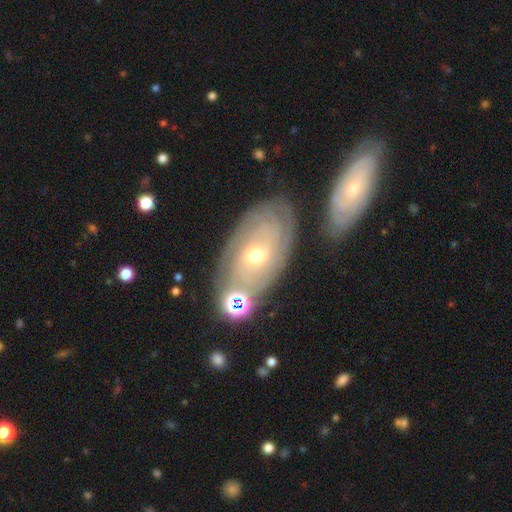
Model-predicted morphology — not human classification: This appears to be a featured or disk galaxy (72%) with no bar (65%), tight (72%) spiral arms (88%) and a small central bulge (50%). Merging: none (70%).